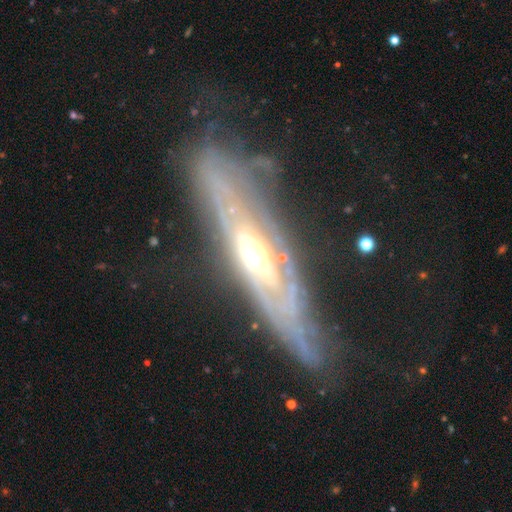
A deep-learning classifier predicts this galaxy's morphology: Q: Smooth or featured?
A: featured or disk (84%); runner-up: smooth (10%)
Q: Edge-on disk?
A: no (57%); runner-up: yes (43%)
Q: Merging?
A: none (63%); runner-up: minor disturbance (21%)